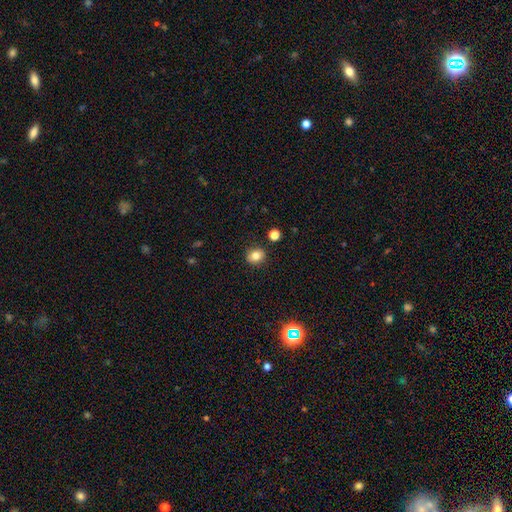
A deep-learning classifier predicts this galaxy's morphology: A smooth galaxy with no disk features (81%) that is round (75%). Merging: none (88%).